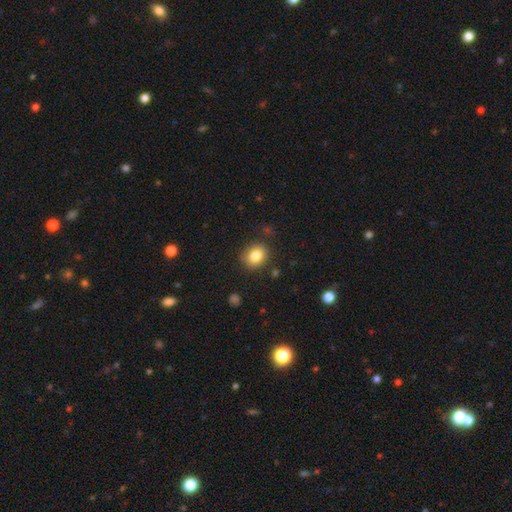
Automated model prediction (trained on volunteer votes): Smooth or featured?
  - smooth: 83% *
  - star or artifact: 9%
  - featured or disk: 7%
How rounded?
  - round: 59% *
  - in between: 40%
  - cigar-shaped: 1%
Merging?
  - none: 83% *
  - minor disturbance: 12%
  - major disturbance: 3%
  - merger: 2%